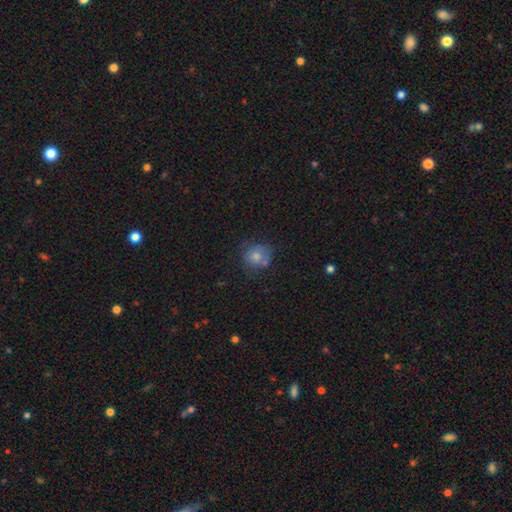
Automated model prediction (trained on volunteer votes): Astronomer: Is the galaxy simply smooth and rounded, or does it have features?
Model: smooth — 72%.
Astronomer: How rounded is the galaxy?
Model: round — 82%.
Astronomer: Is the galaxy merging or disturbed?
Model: none — 63%.